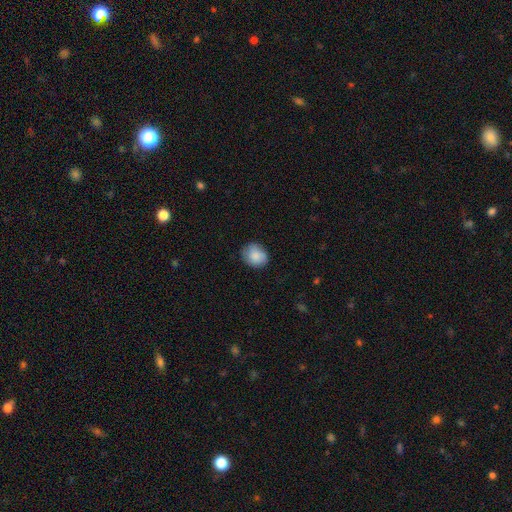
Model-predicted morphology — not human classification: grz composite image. It shows a smooth galaxy with no disk features (86%) that is round (60%). Merging: none (77%).